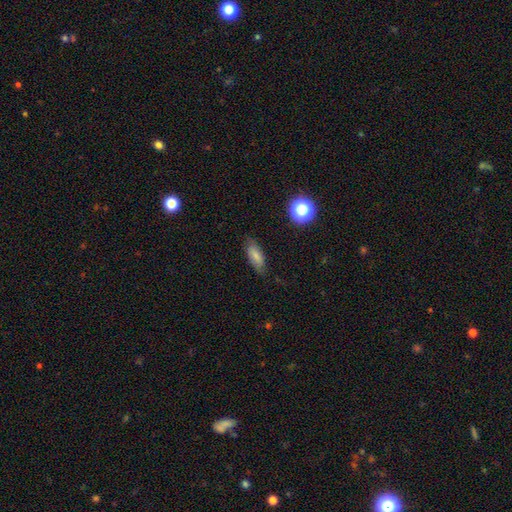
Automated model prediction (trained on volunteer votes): This appears to be a smooth galaxy with no disk features (70%) that is in between round and cigar-shaped (77%). Merging: none (77%).